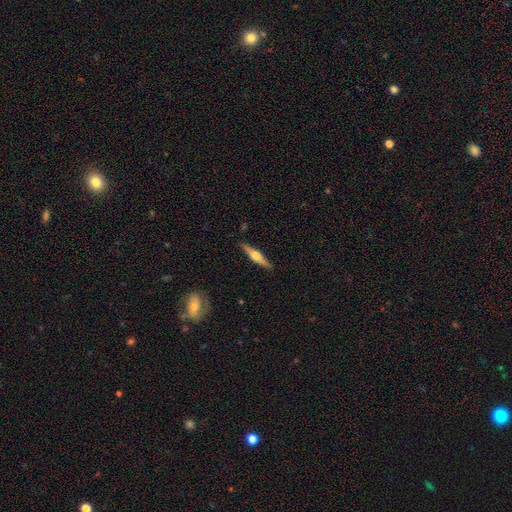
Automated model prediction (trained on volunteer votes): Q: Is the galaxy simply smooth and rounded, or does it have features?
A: featured or disk — 67%.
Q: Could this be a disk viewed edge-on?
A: yes — 97%.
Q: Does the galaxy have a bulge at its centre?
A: rounded — 93%.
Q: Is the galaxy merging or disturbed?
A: none — 89%.